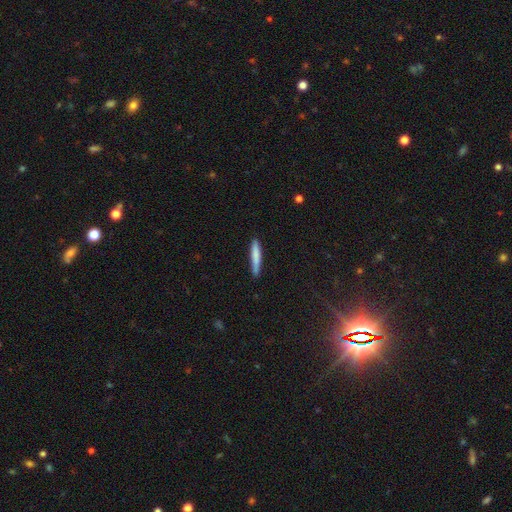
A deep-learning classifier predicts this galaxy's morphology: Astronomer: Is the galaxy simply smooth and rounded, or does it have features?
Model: smooth — 77%.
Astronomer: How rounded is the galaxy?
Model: cigar-shaped — 93%.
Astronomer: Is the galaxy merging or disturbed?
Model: none — 83%.